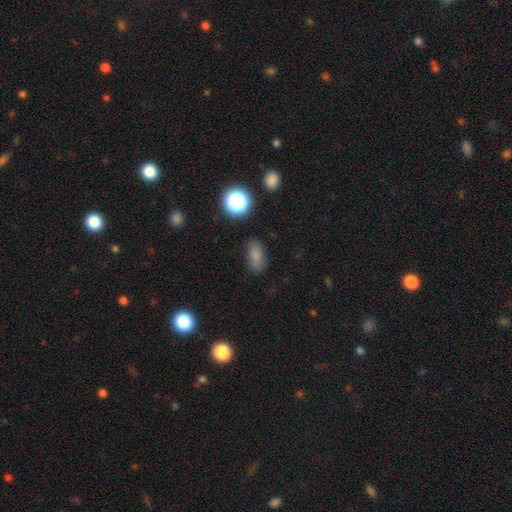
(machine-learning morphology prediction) This appears to be a smooth galaxy with no disk features (78%) that is in between round and cigar-shaped (83%). Merging: none (77%).